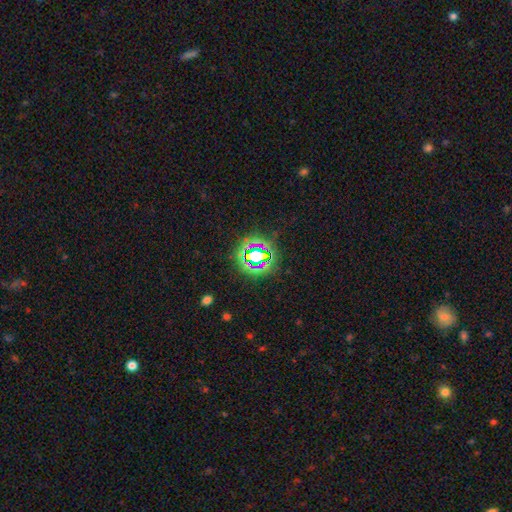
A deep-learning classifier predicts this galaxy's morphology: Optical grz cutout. It shows a star or artifact, not a galaxy (64%).